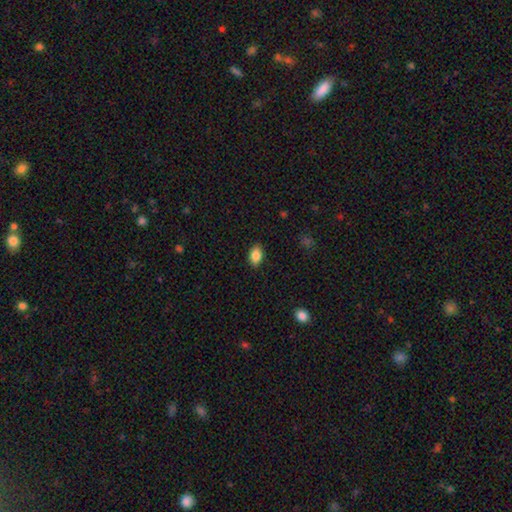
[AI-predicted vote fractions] Q: Smooth or featured?
A: smooth (86%); runner-up: star or artifact (8%)
Q: How rounded?
A: in between (88%); runner-up: round (10%)
Q: Merging?
A: none (87%); runner-up: minor disturbance (10%)